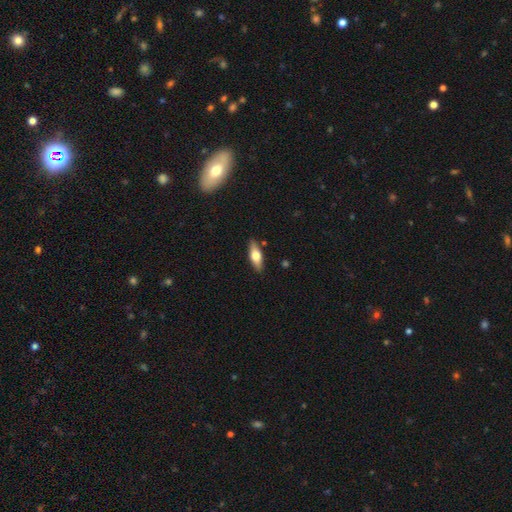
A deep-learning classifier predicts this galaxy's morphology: smooth-or-featured: smooth: 57% | featured or disk: 37% | star or artifact: 6%
  how-rounded: in between: 60% | cigar-shaped: 37% | round: 3%
  merging: none: 87% | minor disturbance: 10% | major disturbance: 2% | merger: 2%